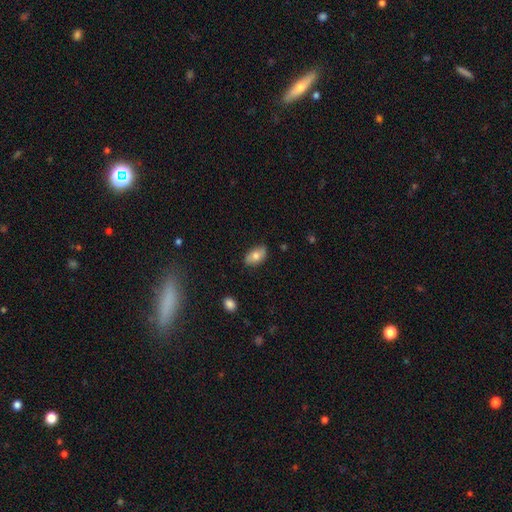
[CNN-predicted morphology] Overall: smooth (71%). How rounded: in between (92%). Merging: none (80%).